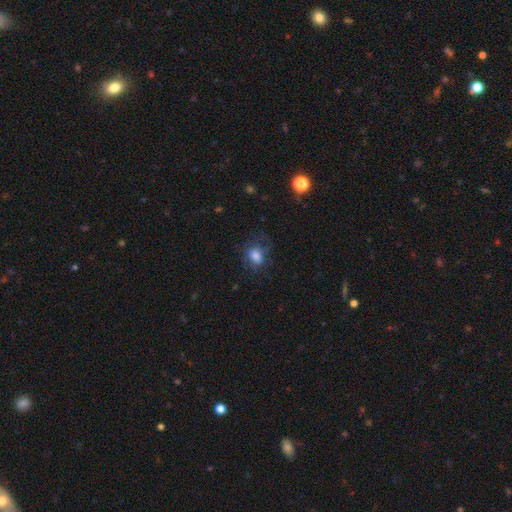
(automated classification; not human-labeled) A smooth galaxy with no disk features (63%) that is in between round and cigar-shaped (62%).

Vote fractions:
- Smooth or featured? smooth: 63% / featured or disk: 24% / star or artifact: 13%
- How rounded? in between: 62% / round: 37% / cigar-shaped: 2%
- Merging? none: 52% / major disturbance: 24% / minor disturbance: 22% / merger: 2%